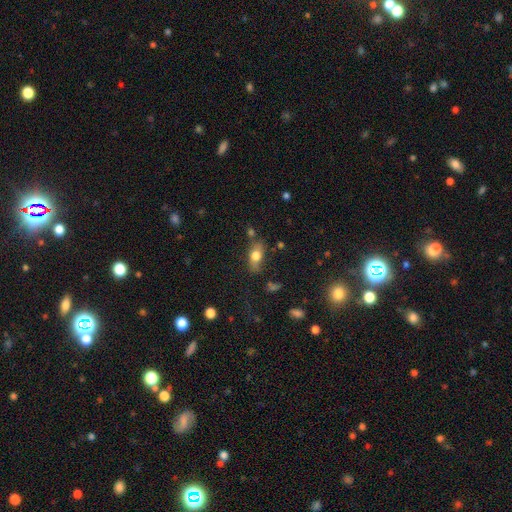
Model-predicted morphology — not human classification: Overall: smooth (68%). How rounded: in between (77%). Merging: none (66%).